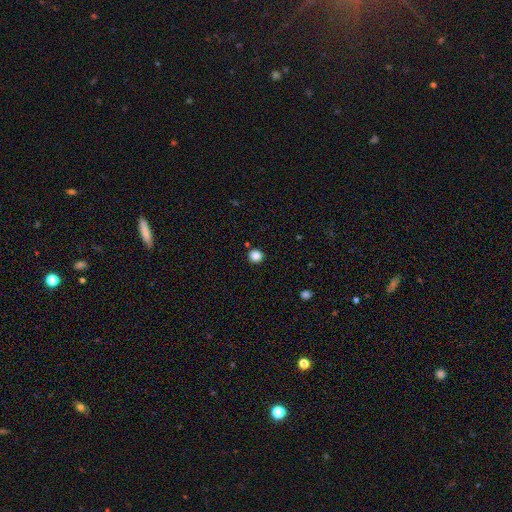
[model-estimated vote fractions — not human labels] Smooth or featured? Predicted: smooth (p=0.86). How rounded? Predicted: round (p=0.93). Merging? Predicted: none (p=0.90).